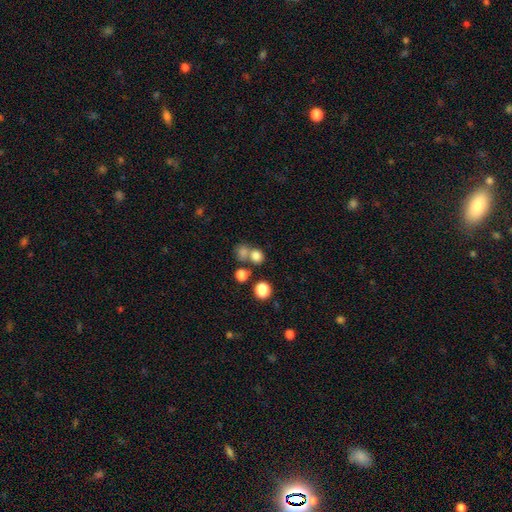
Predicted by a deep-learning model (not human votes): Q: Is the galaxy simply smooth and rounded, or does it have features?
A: smooth — 77%.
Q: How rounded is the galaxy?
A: round — 77%.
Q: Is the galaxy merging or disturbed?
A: none — 50%.